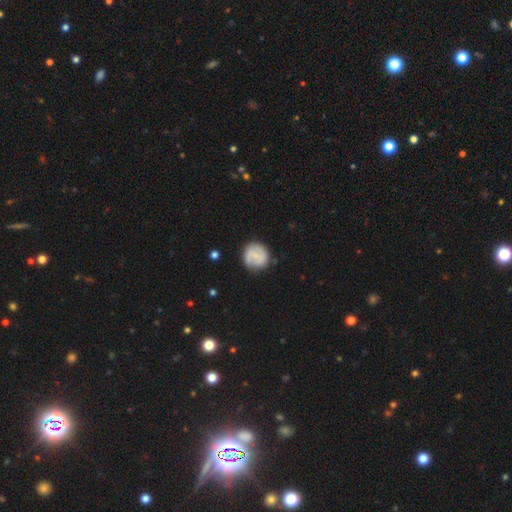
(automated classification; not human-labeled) A smooth galaxy with no disk features (53%) that is round (90%).

Vote fractions:
- Smooth or featured? smooth: 53% / featured or disk: 41% / star or artifact: 7%
- How rounded? round: 90% / in between: 9% / cigar-shaped: 1%
- Merging? none: 75% / minor disturbance: 17% / major disturbance: 6% / merger: 2%